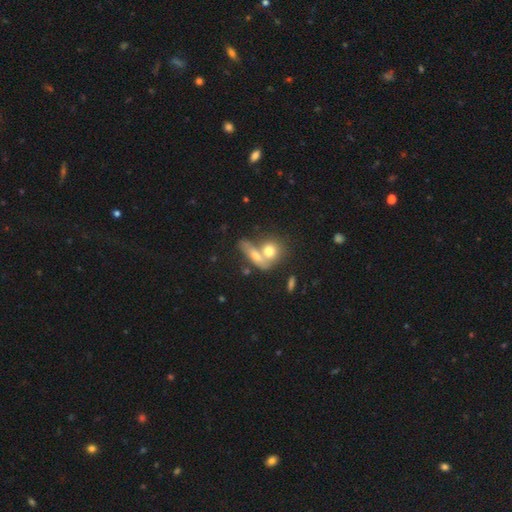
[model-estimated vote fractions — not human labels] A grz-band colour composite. It shows a smooth galaxy with no disk features (62%) that is in between round and cigar-shaped (52%). Merging: merger (57%).